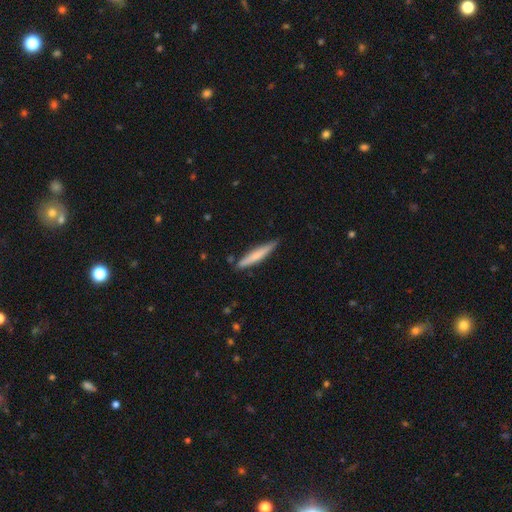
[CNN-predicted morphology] smooth-or-featured: smooth: 63% | featured or disk: 32% | star or artifact: 5%
  how-rounded: cigar-shaped: 93% | in between: 6% | round: 1%
  merging: none: 85% | minor disturbance: 11% | merger: 2% | major disturbance: 2%